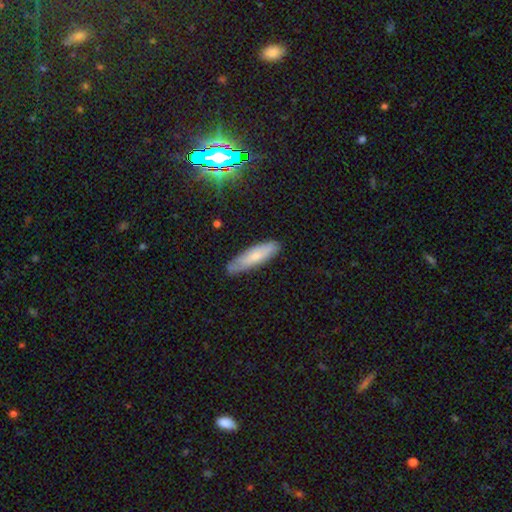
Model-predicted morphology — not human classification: Smooth or featured?
  - smooth: 66% *
  - featured or disk: 27%
  - star or artifact: 7%
How rounded?
  - cigar-shaped: 66% *
  - in between: 32%
  - round: 2%
Merging?
  - none: 78% *
  - minor disturbance: 18%
  - major disturbance: 3%
  - merger: 1%